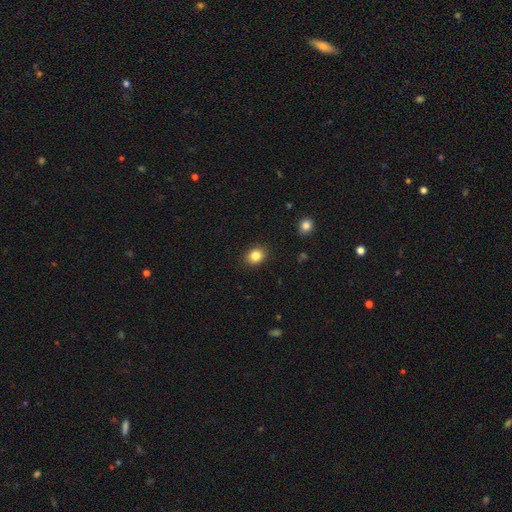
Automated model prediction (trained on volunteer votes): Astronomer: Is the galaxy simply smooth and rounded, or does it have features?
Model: smooth — 83%.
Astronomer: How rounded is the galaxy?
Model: round — 61% (runner-up: in between, 38%).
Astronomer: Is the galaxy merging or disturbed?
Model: none — 88%.